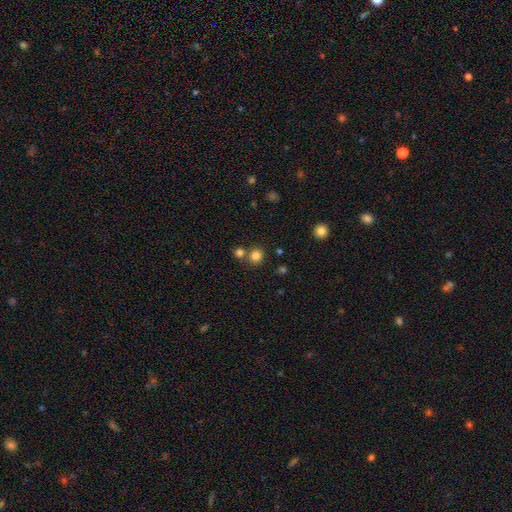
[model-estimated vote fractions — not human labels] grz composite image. It shows a smooth galaxy with no disk features (81%) that is round (88%). Merging: none (71%).